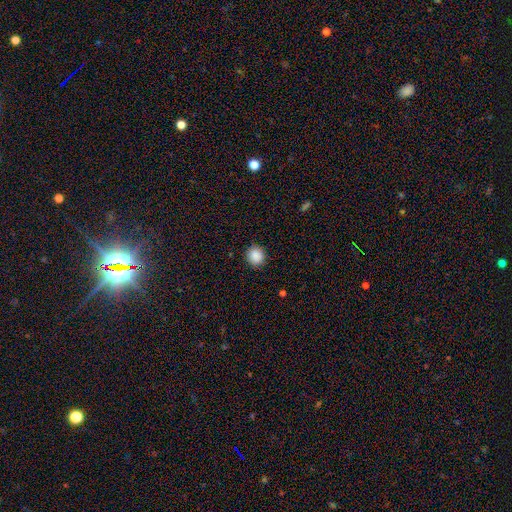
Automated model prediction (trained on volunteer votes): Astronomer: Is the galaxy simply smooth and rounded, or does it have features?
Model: smooth — 89%.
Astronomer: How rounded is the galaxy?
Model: round — 90%.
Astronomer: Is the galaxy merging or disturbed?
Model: none — 90%.